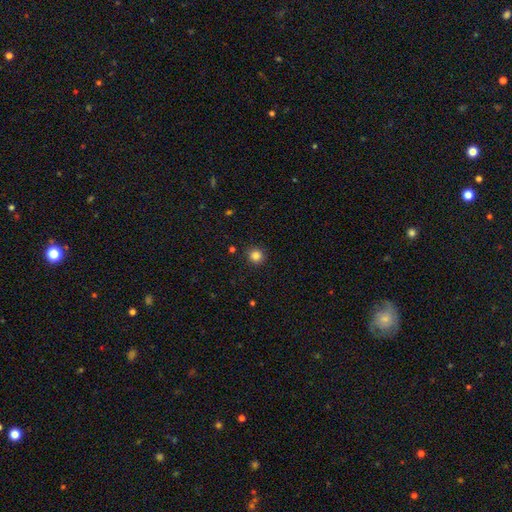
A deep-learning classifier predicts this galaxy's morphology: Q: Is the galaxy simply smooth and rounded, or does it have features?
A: smooth — 84%.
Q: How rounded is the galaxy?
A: round — 93%.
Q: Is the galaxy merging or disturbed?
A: none — 91%.